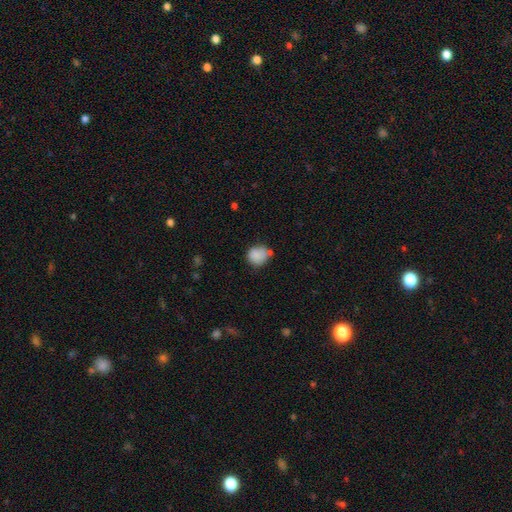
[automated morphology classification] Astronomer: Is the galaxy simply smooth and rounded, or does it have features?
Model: smooth — 84%.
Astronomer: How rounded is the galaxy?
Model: round — 78%.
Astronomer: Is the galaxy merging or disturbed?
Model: none — 57%.